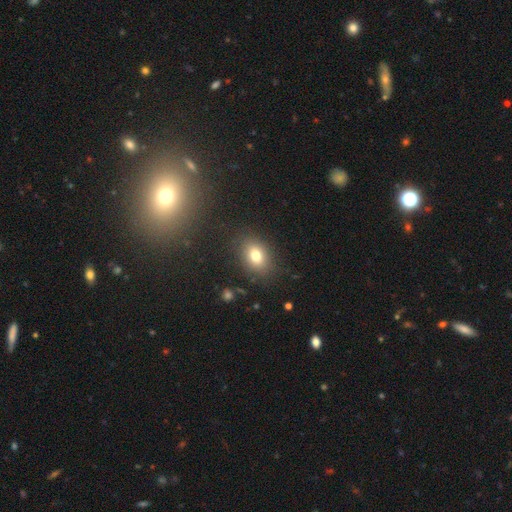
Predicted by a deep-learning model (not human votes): smooth 78%, star or artifact 12%, featured or disk 11%. Down the decision tree: how rounded — in between (73%); merging — none (84%).